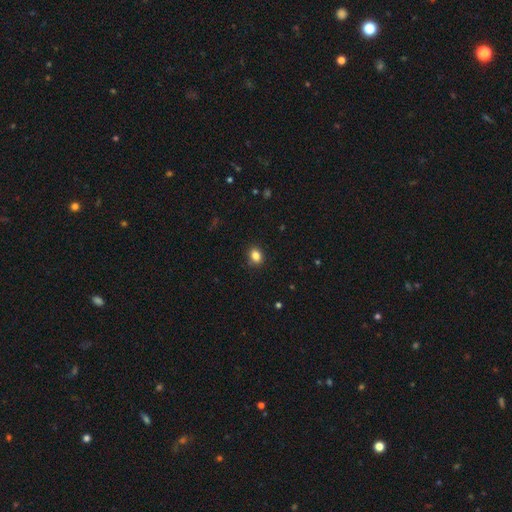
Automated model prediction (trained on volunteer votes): smooth 84%, star or artifact 11%, featured or disk 5%. Down the decision tree: how rounded — in between (60%); merging — none (86%).